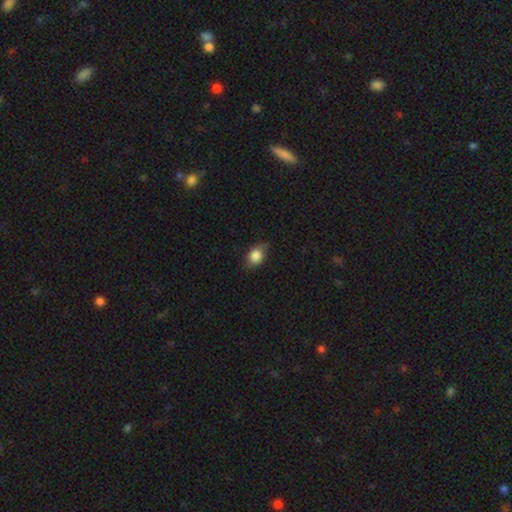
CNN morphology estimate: smooth_or_featured: smooth (p=0.82) [alt: featured or disk p=0.10]
how_rounded: in between (p=0.73) [alt: round p=0.25]
merging: none (p=0.77) [alt: minor disturbance p=0.18]